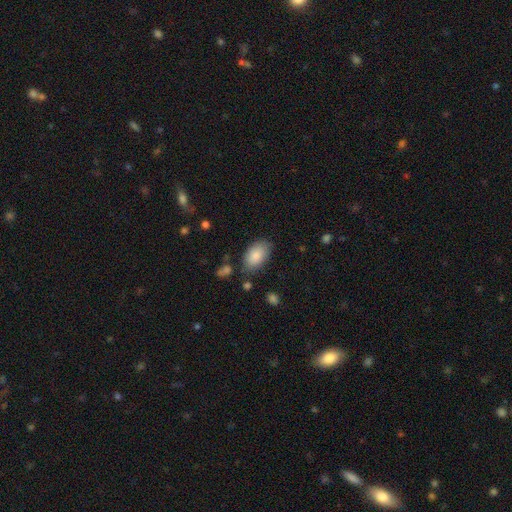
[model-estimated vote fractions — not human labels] Smooth or featured? smooth (86%)
How rounded? in between (94%)
Merging? none (76%)